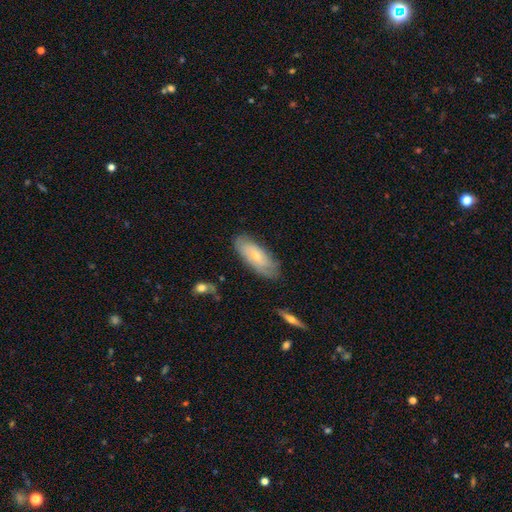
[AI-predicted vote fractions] Smooth or featured? smooth (55%)
How rounded? in between (77%)
Merging? none (75%)